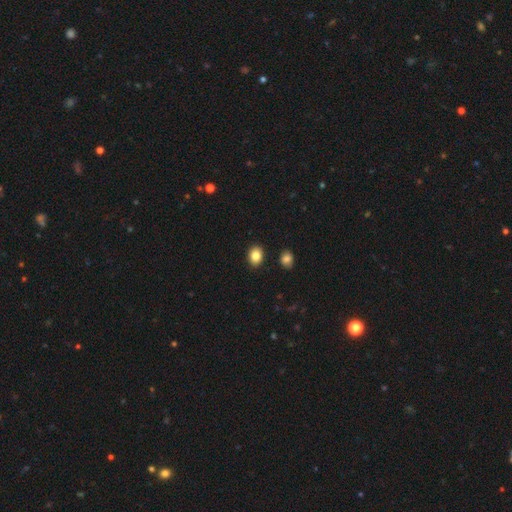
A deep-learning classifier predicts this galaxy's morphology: type=smooth (86%); roundness=in between (62%); merging=none (88%).